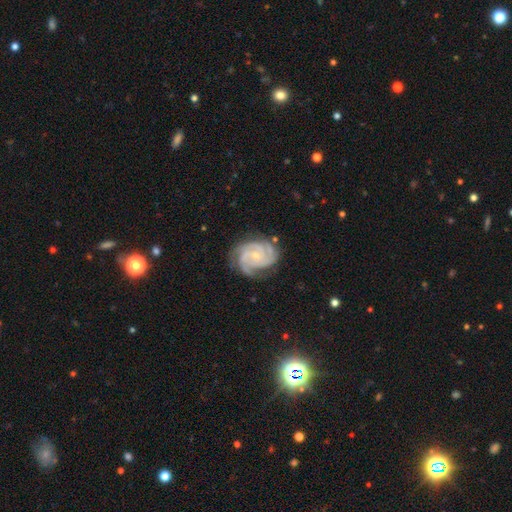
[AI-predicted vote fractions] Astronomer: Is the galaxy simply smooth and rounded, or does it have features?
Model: featured or disk — 92%.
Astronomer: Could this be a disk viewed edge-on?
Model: no — 98%.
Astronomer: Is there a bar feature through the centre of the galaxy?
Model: no — 69%.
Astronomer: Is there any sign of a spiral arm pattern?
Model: yes — 99%.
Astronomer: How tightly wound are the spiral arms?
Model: tight — 71%.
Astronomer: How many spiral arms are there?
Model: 3 — 55%.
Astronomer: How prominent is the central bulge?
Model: small — 69%.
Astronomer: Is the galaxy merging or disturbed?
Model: none — 77%.